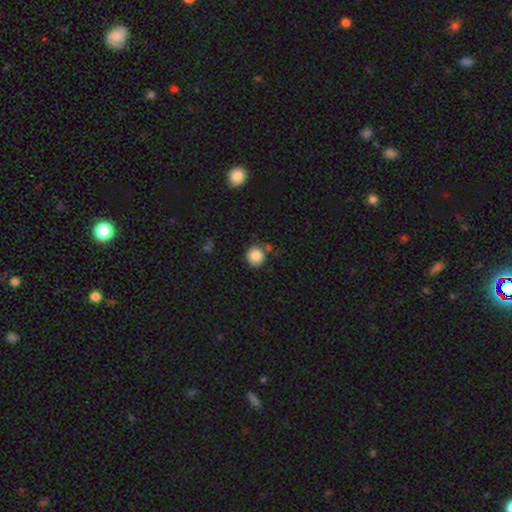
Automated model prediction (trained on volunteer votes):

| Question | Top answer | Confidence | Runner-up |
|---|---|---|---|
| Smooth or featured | smooth | 87% | star or artifact (9%) |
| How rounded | round | 91% | in between (8%) |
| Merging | none | 77% | minor disturbance (11%) |